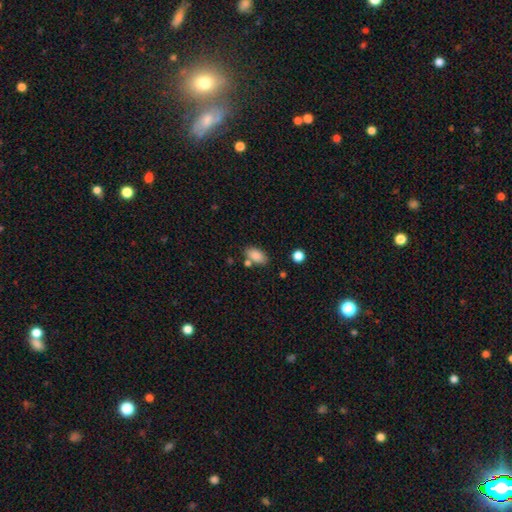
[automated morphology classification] type=smooth (85%); roundness=in between (92%); merging=none (70%).